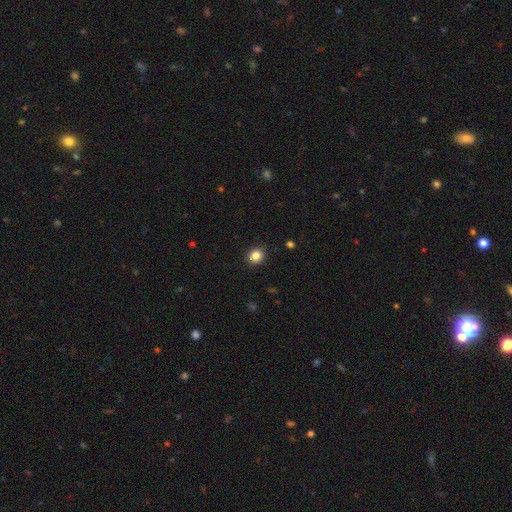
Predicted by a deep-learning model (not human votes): smooth-or-featured: smooth: 85% | star or artifact: 11% | featured or disk: 5%
  how-rounded: round: 83% | in between: 16% | cigar-shaped: 1%
  merging: none: 92% | minor disturbance: 6% | major disturbance: 2% | merger: 1%